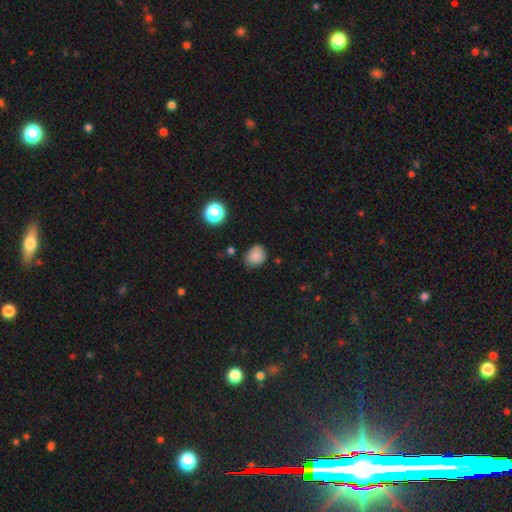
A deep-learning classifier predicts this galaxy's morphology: Smooth or featured? smooth (84%)
How rounded? round (64%)
Merging? none (70%)